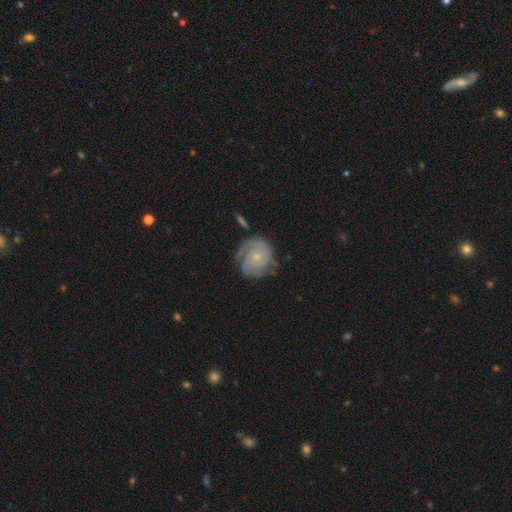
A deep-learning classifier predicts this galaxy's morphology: smooth-or-featured: featured or disk: 77% | smooth: 17% | star or artifact: 6%
  disk-edge-on: no: 98% | yes: 2%
    bar: no: 80% | weak: 17% | strong: 3%
    has-spiral-arms: yes: 94% | no: 6%
      spiral-winding: tight: 64% | medium: 28% | loose: 8%
      spiral-arm-count: 2: 36% | can't tell: 26% | 3: 21% | 1: 7% | 4: 6% | more than 4: 4%
    bulge-size: small: 77% | moderate: 17% | none: 4% | large: 1% | dominant: 1%
  merging: none: 67% | minor disturbance: 21% | major disturbance: 9% | merger: 3%